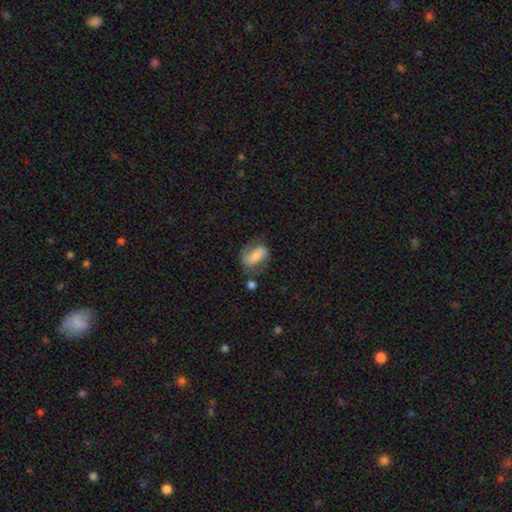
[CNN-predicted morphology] This is likely a featured or disk galaxy (68%). It is clearly not viewed edge-on (96%). Bar: marginally strong (41%). Spiral arm pattern: clearly yes (90%). Spiral arm count: clearly 2 (85%). Spiral winding: marginally medium (43%). Central bulge: marginally moderate (45%). Merging: likely none (66%).